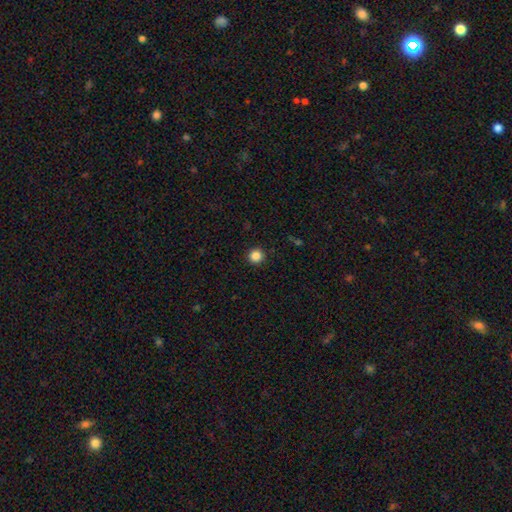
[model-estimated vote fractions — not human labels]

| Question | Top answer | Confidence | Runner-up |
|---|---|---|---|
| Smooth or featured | smooth | 86% | star or artifact (11%) |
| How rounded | round | 95% | in between (4%) |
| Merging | none | 92% | minor disturbance (5%) |